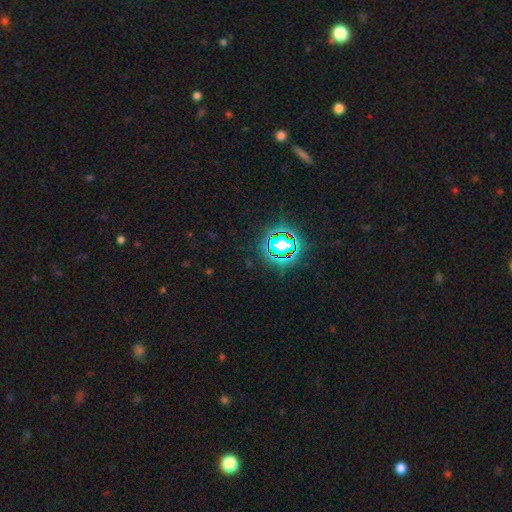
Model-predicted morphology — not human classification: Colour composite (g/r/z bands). It shows a star or artifact, not a galaxy (78%).